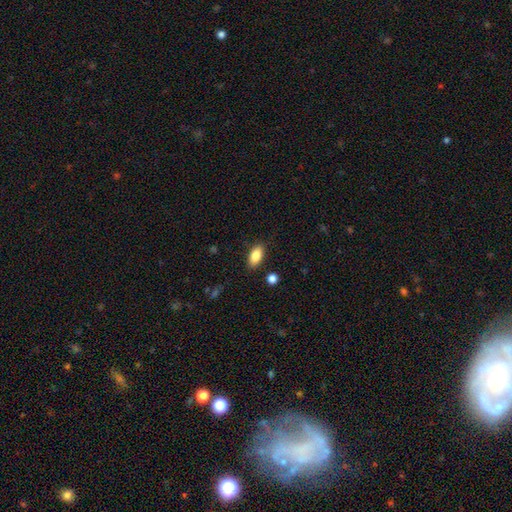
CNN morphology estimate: This appears to be a smooth galaxy with no disk features (86%) that is in between round and cigar-shaped (91%). Merging: none (86%).